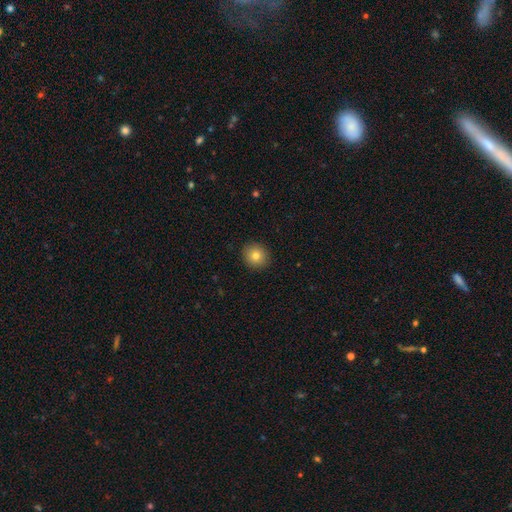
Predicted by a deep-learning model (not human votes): Q: Smooth or featured?
A: smooth (79%); runner-up: star or artifact (11%)
Q: How rounded?
A: round (83%); runner-up: in between (16%)
Q: Merging?
A: none (91%); runner-up: minor disturbance (6%)